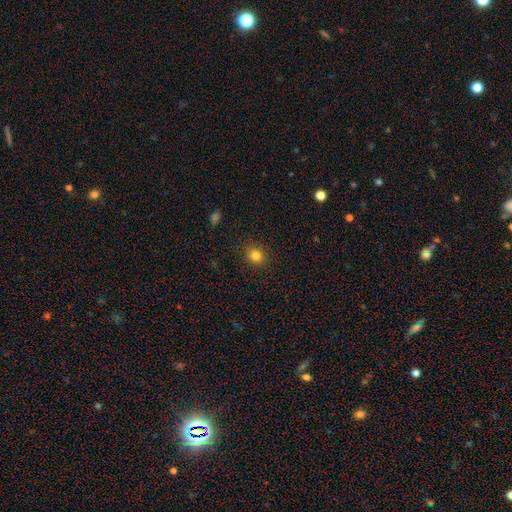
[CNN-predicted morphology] type=smooth (82%); roundness=round (75%); merging=none (89%).